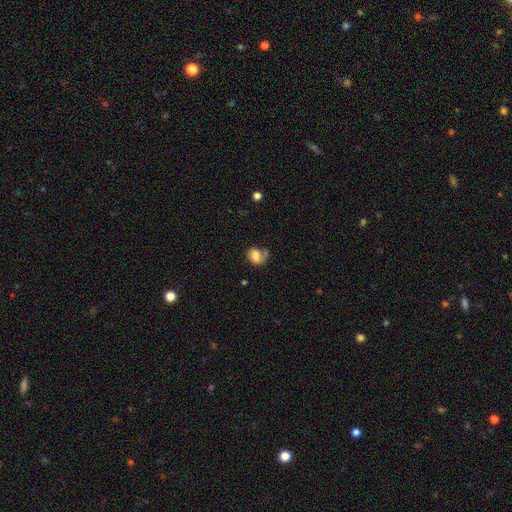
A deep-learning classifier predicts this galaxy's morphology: smooth_or_featured: smooth (p=0.61) [alt: featured or disk p=0.29]
how_rounded: in between (p=0.57) [alt: round p=0.42]
merging: none (p=0.42) [alt: minor disturbance p=0.29]